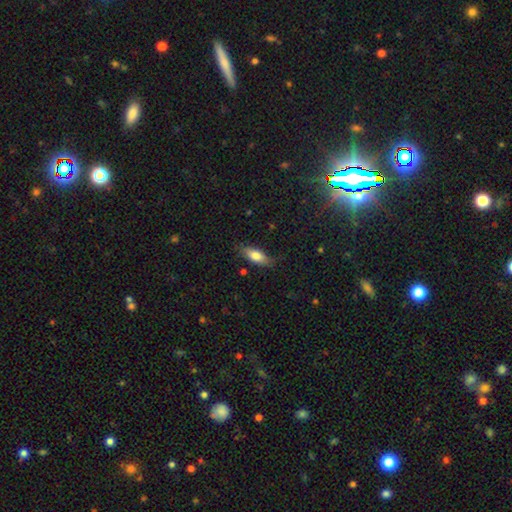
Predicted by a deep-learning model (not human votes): Q: Smooth or featured?
A: smooth (76%); runner-up: featured or disk (18%)
Q: How rounded?
A: in between (72%); runner-up: cigar-shaped (26%)
Q: Merging?
A: none (77%); runner-up: minor disturbance (18%)